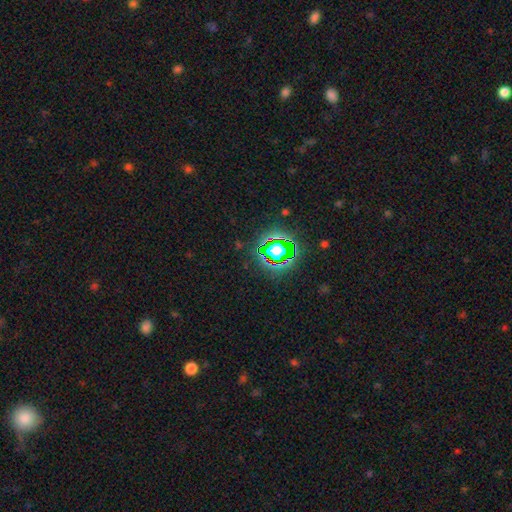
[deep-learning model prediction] Q: Smooth or featured?
A: star or artifact (79%); runner-up: smooth (14%)